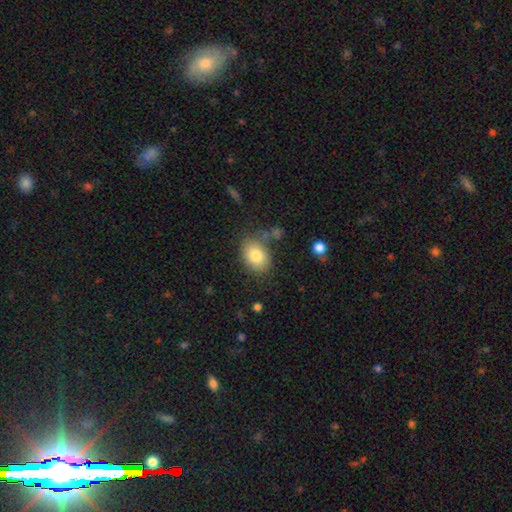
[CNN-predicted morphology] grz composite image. It shows a smooth galaxy with no disk features (81%) that is in between round and cigar-shaped (72%). Merging: none (72%).